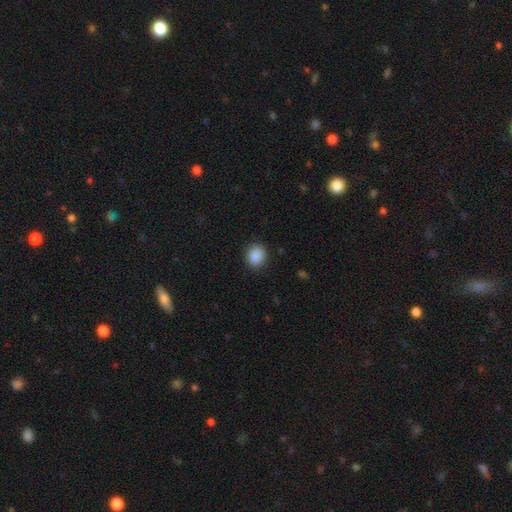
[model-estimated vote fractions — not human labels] Smooth or featured? Predicted: smooth (p=0.89). How rounded? Predicted: round (p=0.72). Merging? Predicted: none (p=0.88).